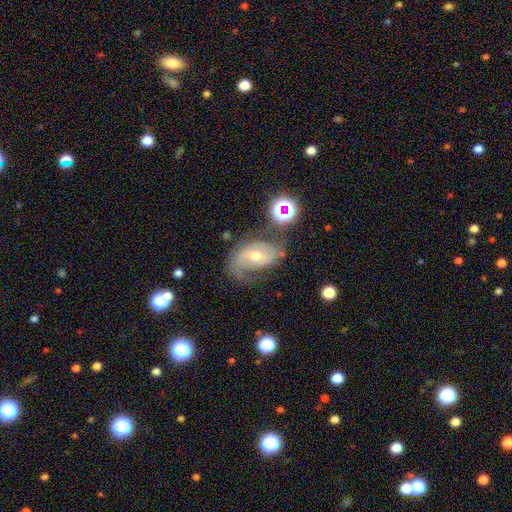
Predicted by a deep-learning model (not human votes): Q: Smooth or featured?
A: featured or disk (71%); runner-up: smooth (18%)
Q: Edge-on disk?
A: no (96%); runner-up: yes (4%)
Q: Bar?
A: no (47%); runner-up: weak (40%)
Q: Spiral arms?
A: yes (87%); runner-up: no (13%)
Q: Spiral winding?
A: medium (44%); runner-up: loose (29%)
Q: Spiral arm count?
A: 2 (55%); runner-up: 1 (26%)
Q: Bulge size?
A: moderate (57%); runner-up: small (38%)
Q: Merging?
A: none (46%); runner-up: minor disturbance (26%)